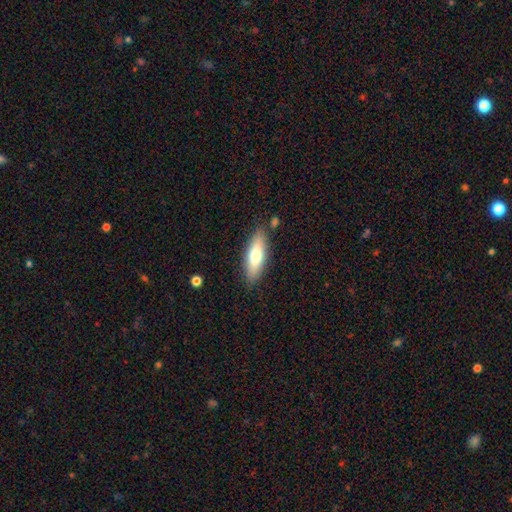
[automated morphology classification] The model was most divided on "how rounded": in between: 56%, cigar-shaped: 42%, round: 2%. More confident: merging — none (84%); smooth or featured — smooth (67%).